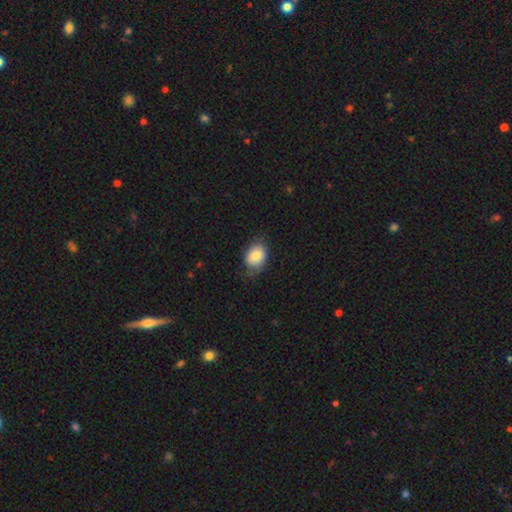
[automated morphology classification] smooth_or_featured: smooth (p=0.80) [alt: featured or disk p=0.13]
how_rounded: in between (p=0.73) [alt: round p=0.26]
merging: none (p=0.66) [alt: minor disturbance p=0.26]